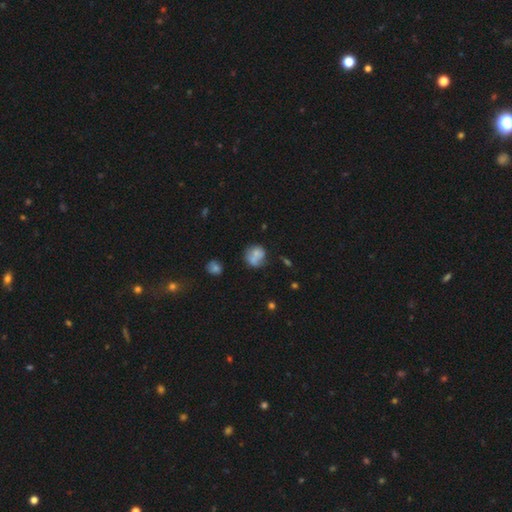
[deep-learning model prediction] Smooth or featured?
  - smooth: 65% *
  - featured or disk: 25%
  - star or artifact: 10%
How rounded?
  - round: 73% *
  - in between: 26%
  - cigar-shaped: 1%
Merging?
  - none: 41% *
  - merger: 28%
  - minor disturbance: 20%
  - major disturbance: 11%